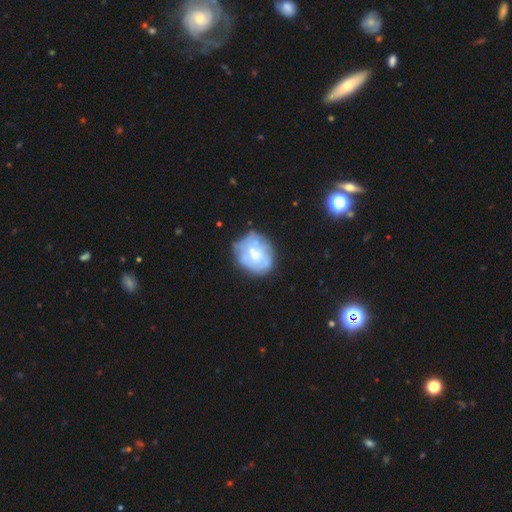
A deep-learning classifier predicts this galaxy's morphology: smooth_or_featured: featured or disk (p=0.51) [alt: smooth p=0.41]
disk_edge_on: no (p=0.98) [alt: yes p=0.02]
bar: no (p=0.80) [alt: weak p=0.17]
has_spiral_arms: no (p=0.66) [alt: yes p=0.34]
bulge_size: moderate (p=0.42) [alt: small p=0.39]
merging: none (p=0.54) [alt: minor disturbance p=0.26]